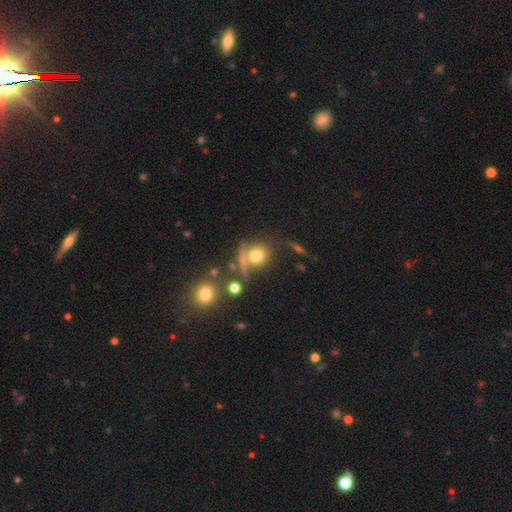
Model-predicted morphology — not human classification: smooth 71%, star or artifact 15%, featured or disk 14%. Down the decision tree: how rounded — round (80%); merging — none (58%).